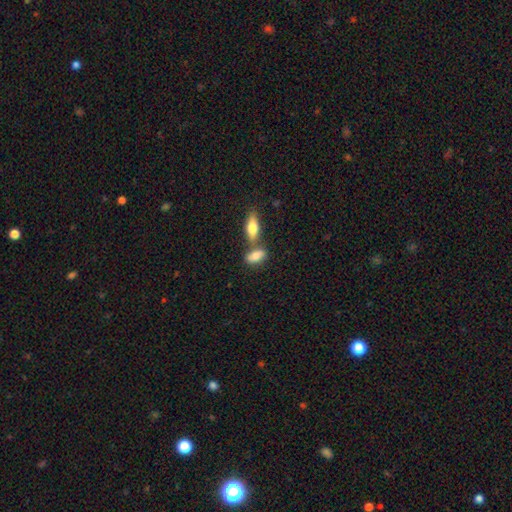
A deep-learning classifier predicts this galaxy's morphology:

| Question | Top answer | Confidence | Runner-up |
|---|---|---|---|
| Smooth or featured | smooth | 78% | featured or disk (14%) |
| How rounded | in between | 81% | cigar-shaped (14%) |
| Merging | none | 47% | merger (39%) |